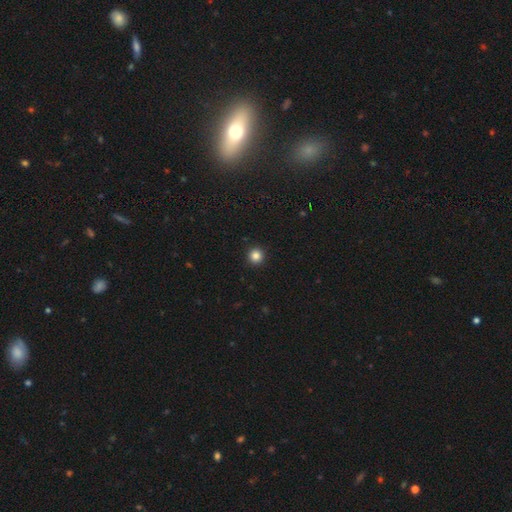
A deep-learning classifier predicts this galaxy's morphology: Q: Smooth or featured?
A: smooth (85%); runner-up: star or artifact (12%)
Q: How rounded?
A: round (96%); runner-up: in between (3%)
Q: Merging?
A: none (94%); runner-up: minor disturbance (4%)